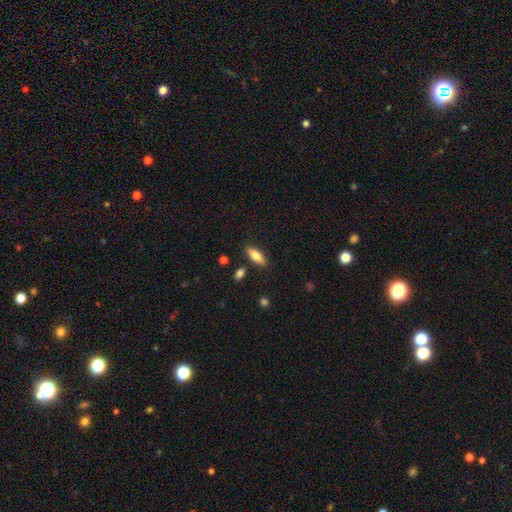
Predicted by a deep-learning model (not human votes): smooth_or_featured: smooth (p=0.75) [alt: featured or disk p=0.19]
how_rounded: in between (p=0.65) [alt: cigar-shaped p=0.33]
merging: none (p=0.84) [alt: minor disturbance p=0.10]